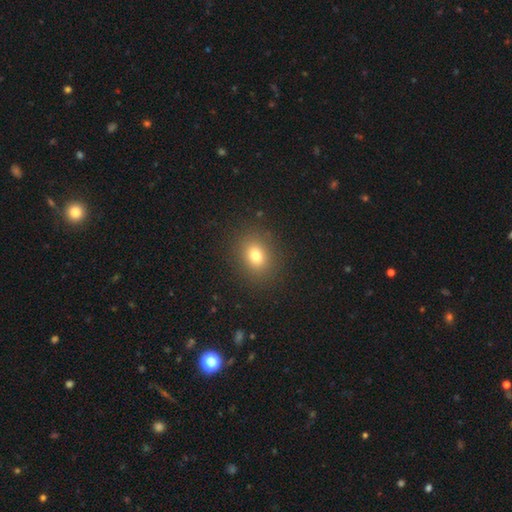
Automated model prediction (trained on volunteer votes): Smooth or featured: smooth — 77% (star or artifact — 14%)
How rounded: round — 55% (in between — 44%)
Merging: none — 88% (minor disturbance — 7%)